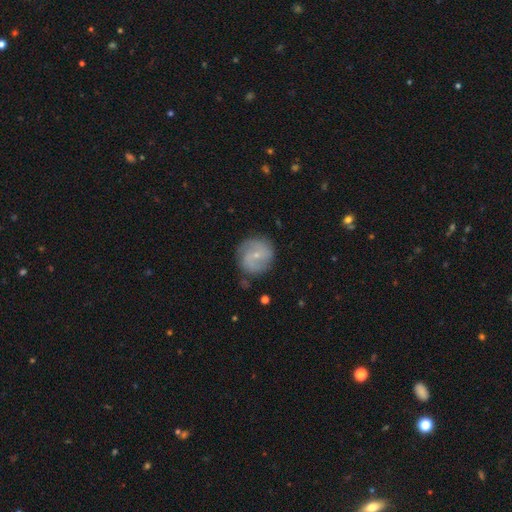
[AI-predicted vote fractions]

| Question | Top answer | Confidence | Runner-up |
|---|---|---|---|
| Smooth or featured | featured or disk | 63% | smooth (29%) |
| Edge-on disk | no | 97% | yes (3%) |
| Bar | no | 59% | weak (34%) |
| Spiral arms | yes | 85% | no (15%) |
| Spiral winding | medium | 44% | tight (32%) |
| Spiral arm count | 2 | 58% | can't tell (21%) |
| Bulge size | small | 79% | moderate (17%) |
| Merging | none | 79% | minor disturbance (15%) |